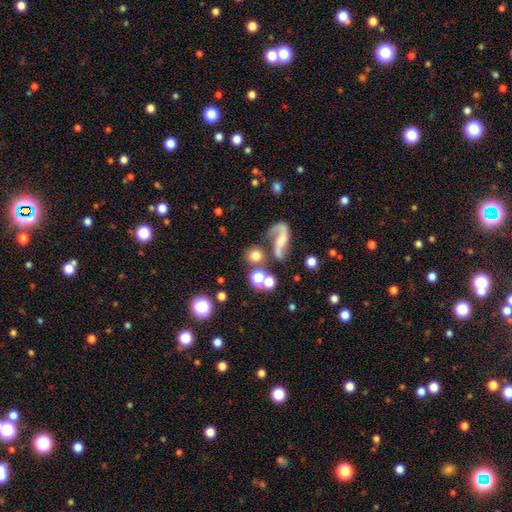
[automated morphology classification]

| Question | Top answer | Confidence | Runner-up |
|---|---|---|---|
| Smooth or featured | smooth | 56% | featured or disk (29%) |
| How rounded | round | 86% | in between (12%) |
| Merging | none | 60% | merger (19%) |